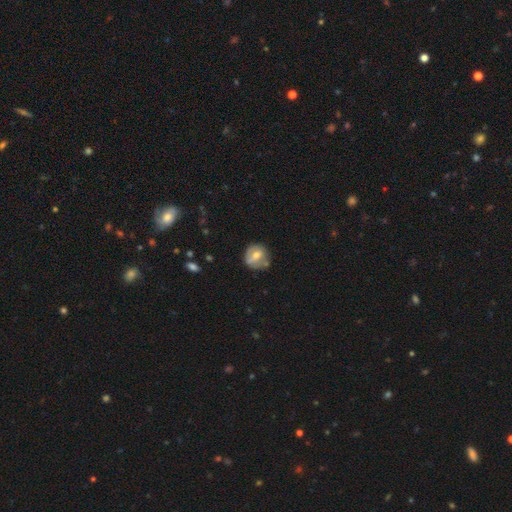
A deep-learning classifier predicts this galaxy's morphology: Q: Smooth or featured?
A: smooth (55%); runner-up: featured or disk (37%)
Q: How rounded?
A: round (80%); runner-up: in between (19%)
Q: Merging?
A: none (62%); runner-up: minor disturbance (26%)